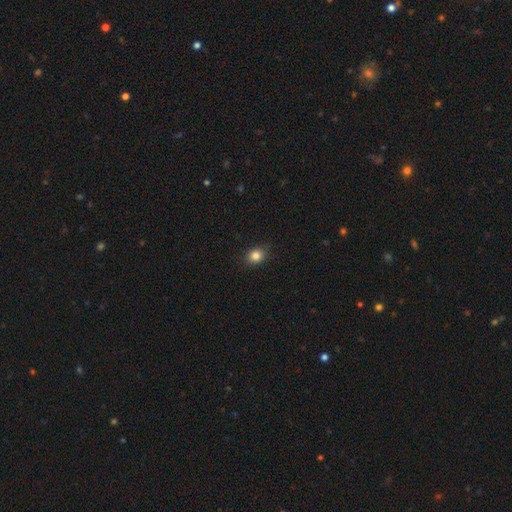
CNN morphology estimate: This appears to be a smooth galaxy with no disk features (84%) that is round (61%). Merging: none (86%).